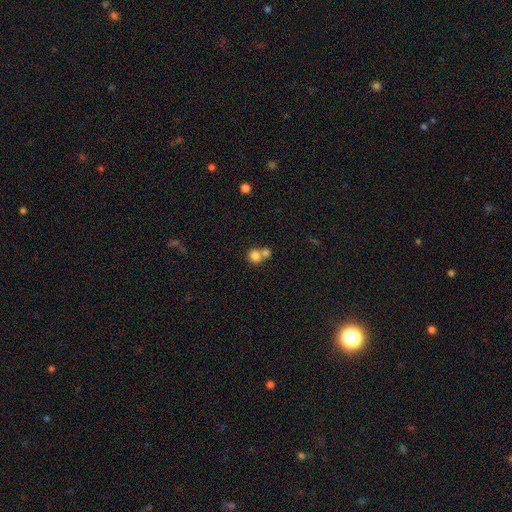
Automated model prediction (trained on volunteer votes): A smooth galaxy with no disk features (80%) that is round (83%). Merging: merger (52%).